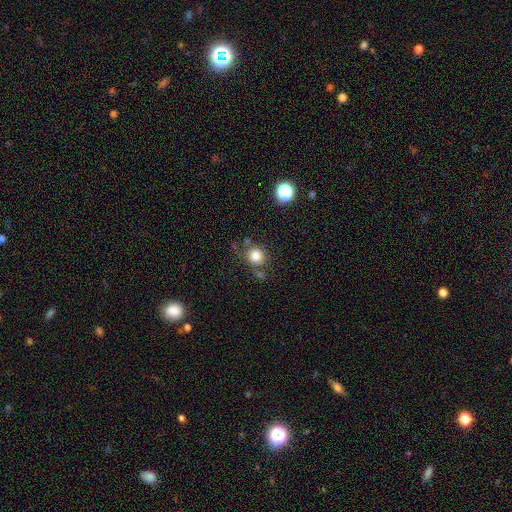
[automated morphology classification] Smooth or featured?
  - smooth: 81% *
  - star or artifact: 12%
  - featured or disk: 7%
How rounded?
  - round: 87% *
  - in between: 12%
  - cigar-shaped: 1%
Merging?
  - none: 73% *
  - minor disturbance: 13%
  - merger: 10%
  - major disturbance: 5%